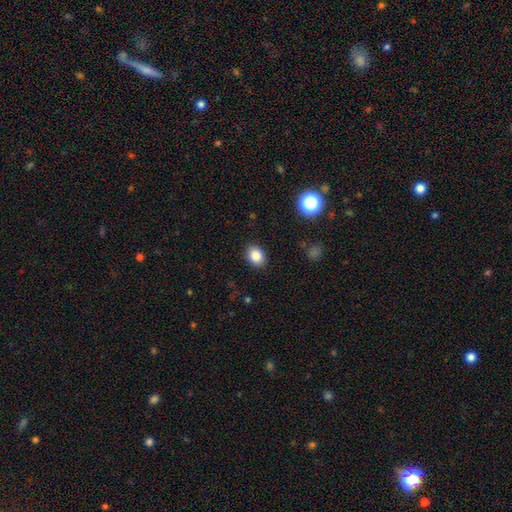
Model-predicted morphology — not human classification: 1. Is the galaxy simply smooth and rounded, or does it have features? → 85% smooth, 10% star or artifact, 6% featured or disk.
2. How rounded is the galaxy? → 60% in between, 40% round, 1% cigar-shaped.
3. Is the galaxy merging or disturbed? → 89% none, 8% minor disturbance, 2% major disturbance, 1% merger.